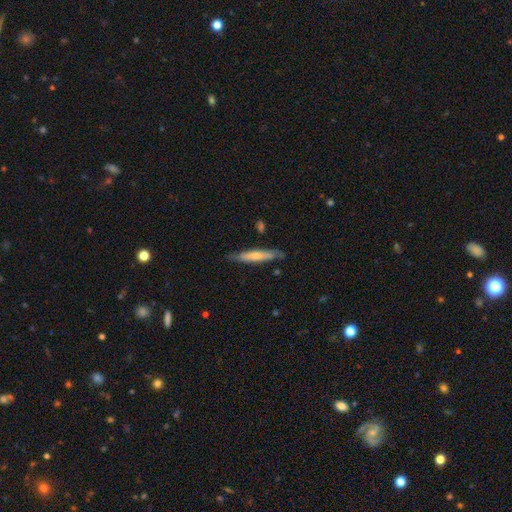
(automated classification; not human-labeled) smooth-or-featured: smooth: 58% | featured or disk: 37% | star or artifact: 5%
  how-rounded: cigar-shaped: 89% | in between: 10% | round: 1%
  merging: none: 78% | minor disturbance: 17% | major disturbance: 3% | merger: 2%